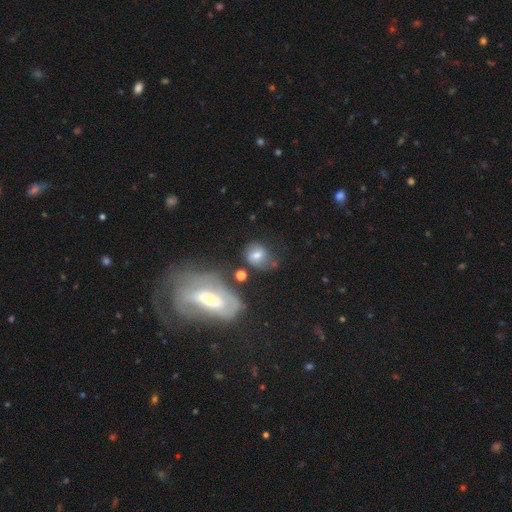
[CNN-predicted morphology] smooth-or-featured: smooth: 58% | featured or disk: 31% | star or artifact: 11%
  how-rounded: round: 61% | in between: 37% | cigar-shaped: 2%
  merging: none: 56% | minor disturbance: 21% | major disturbance: 12% | merger: 12%